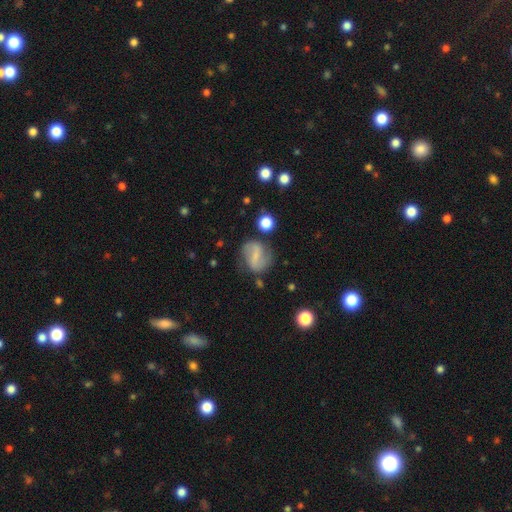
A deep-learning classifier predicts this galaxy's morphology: Smooth or featured? Predicted: featured or disk (p=0.61). Edge-on disk? Predicted: no (p=0.96). Bar? Predicted: strong (p=0.48). Spiral arms? Predicted: yes (p=0.80). Bulge size? Predicted: small (p=0.45). Merging? Predicted: none (p=0.68).